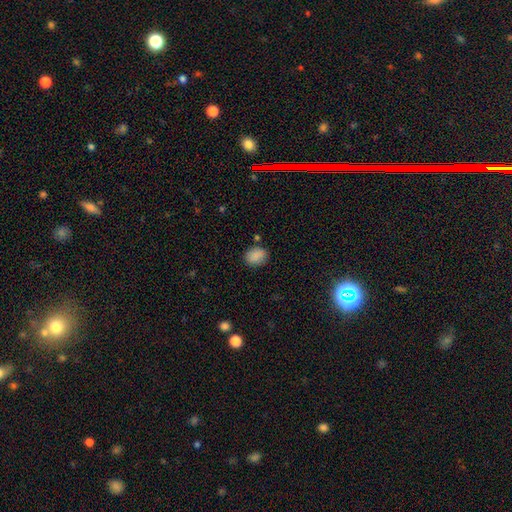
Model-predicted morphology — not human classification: type=smooth (88%); roundness=in between (61%); merging=none (81%).